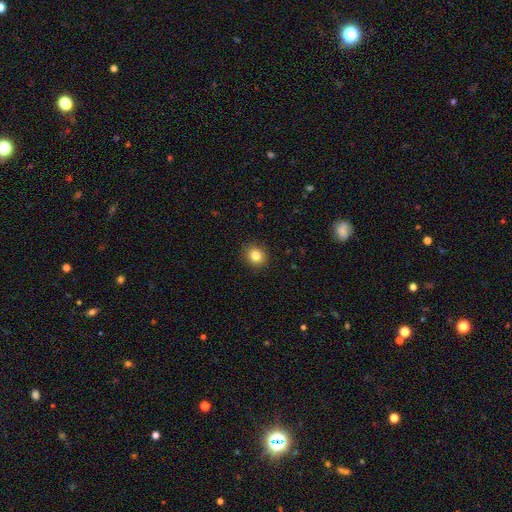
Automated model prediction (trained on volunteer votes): A smooth galaxy with no disk features (83%) that is round (80%). Merging: none (91%).